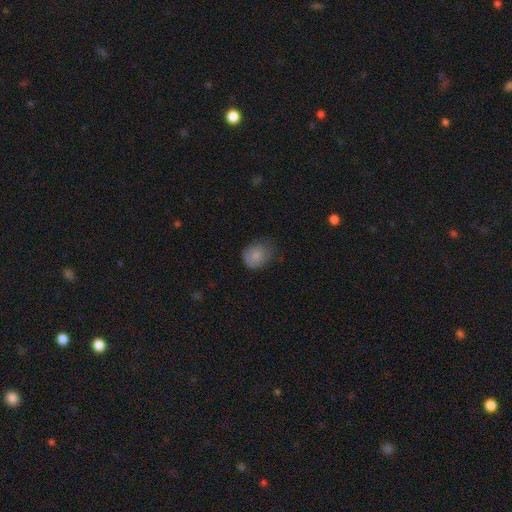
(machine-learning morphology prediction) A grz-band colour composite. It shows a smooth galaxy with no disk features (80%) that is round (61%). Merging: none (52%).